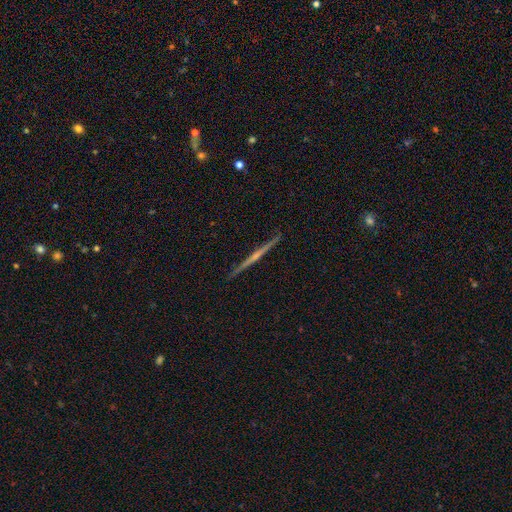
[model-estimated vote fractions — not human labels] Smooth or featured: featured or disk — 77% (smooth — 17%)
Edge-on disk: yes — 98% (no — 2%)
Edge-on bulge: rounded — 50% (none — 42%)
Merging: none — 92% (minor disturbance — 6%)